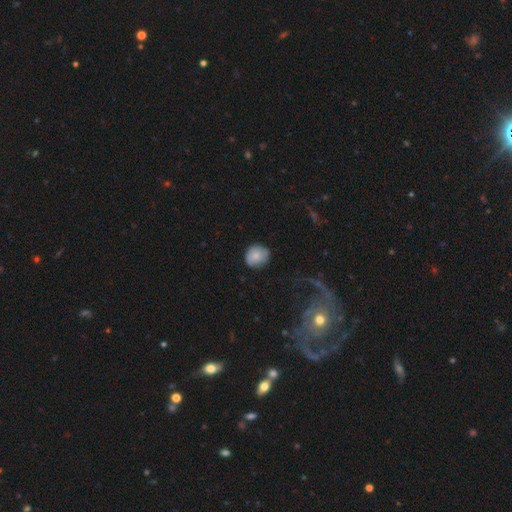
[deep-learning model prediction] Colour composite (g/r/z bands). It shows a smooth galaxy with no disk features (78%) that is round (74%). Merging: none (74%).